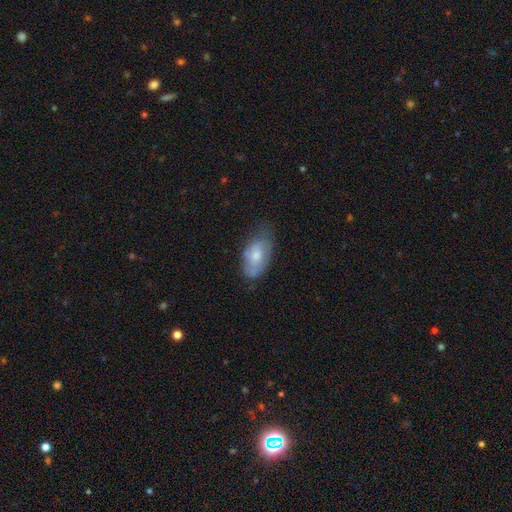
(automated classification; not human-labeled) smooth-or-featured: smooth: 64% | featured or disk: 29% | star or artifact: 7%
  how-rounded: in between: 93% | round: 4% | cigar-shaped: 4%
  merging: none: 52% | minor disturbance: 35% | major disturbance: 11% | merger: 2%